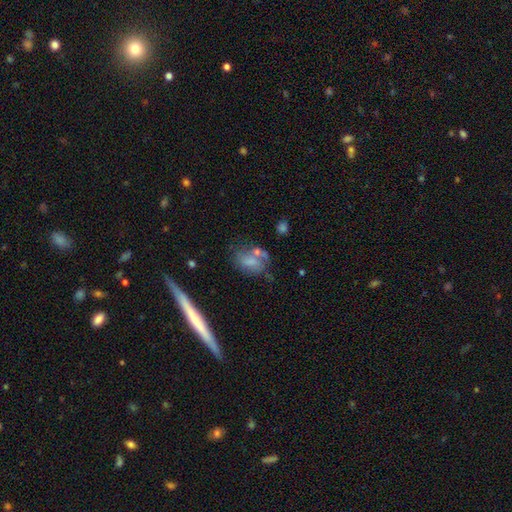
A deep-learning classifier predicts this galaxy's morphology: Smooth or featured? smooth (50%)
Merging? none (40%)